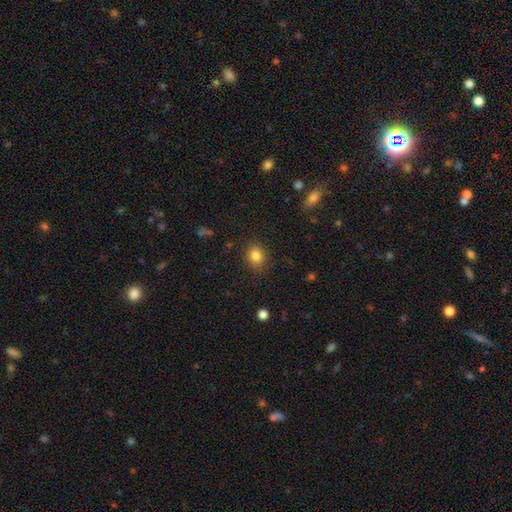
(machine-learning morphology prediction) This appears to be a smooth galaxy with no disk features (84%) that is round (67%). Merging: none (85%).